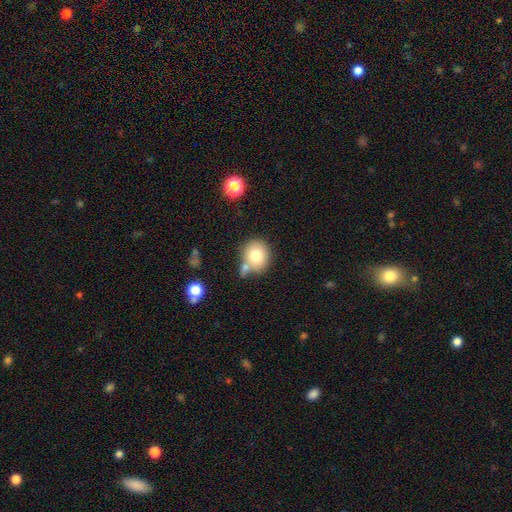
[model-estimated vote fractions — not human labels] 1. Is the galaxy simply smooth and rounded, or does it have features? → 77% smooth, 14% featured or disk, 10% star or artifact.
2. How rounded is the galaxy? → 78% round, 21% in between, 1% cigar-shaped.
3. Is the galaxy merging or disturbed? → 58% none, 23% merger, 15% minor disturbance, 5% major disturbance.